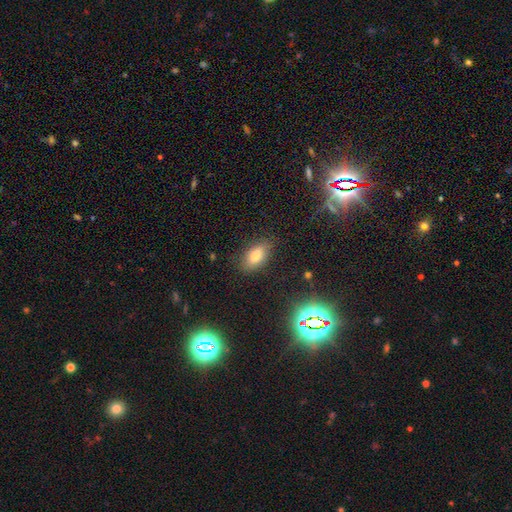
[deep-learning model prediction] Overall: smooth (76%). How rounded: in between (88%). Merging: none (84%).